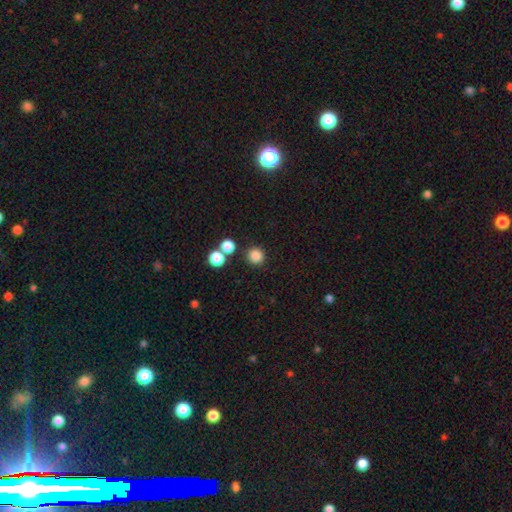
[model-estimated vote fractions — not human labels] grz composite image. It shows a smooth galaxy with no disk features (84%) that is round (93%). Merging: none (81%).